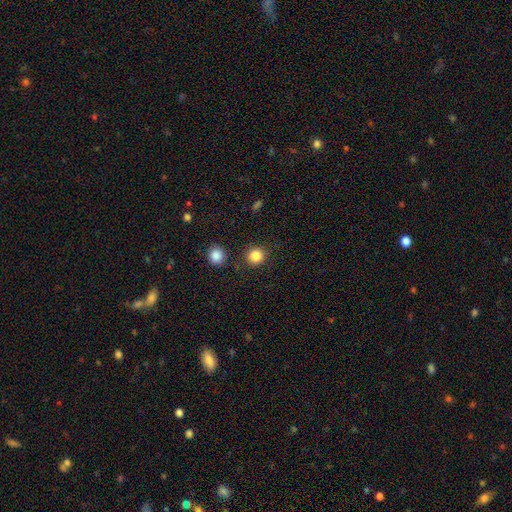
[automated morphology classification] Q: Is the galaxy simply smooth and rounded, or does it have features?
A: smooth — 85%.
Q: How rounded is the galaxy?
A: round — 90%.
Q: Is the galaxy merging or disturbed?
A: none — 87%.